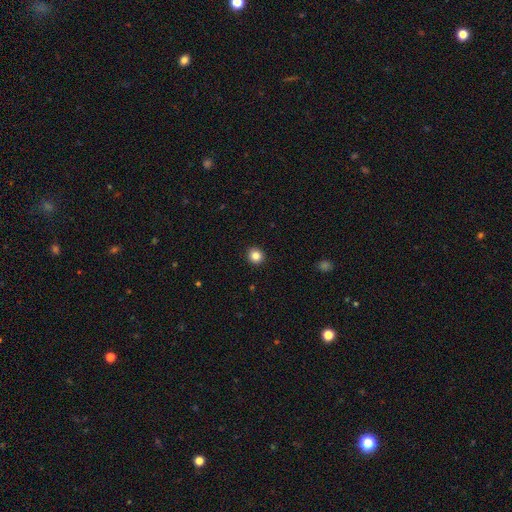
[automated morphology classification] Smooth or featured? smooth (85%)
How rounded? round (91%)
Merging? none (93%)